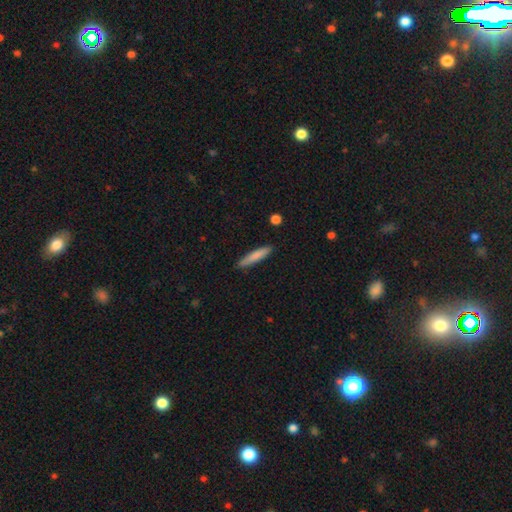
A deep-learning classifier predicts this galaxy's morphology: Smooth or featured?
  - smooth: 79% *
  - featured or disk: 15%
  - star or artifact: 6%
How rounded?
  - cigar-shaped: 91% *
  - in between: 8%
  - round: 1%
Merging?
  - none: 87% *
  - minor disturbance: 9%
  - major disturbance: 2%
  - merger: 2%